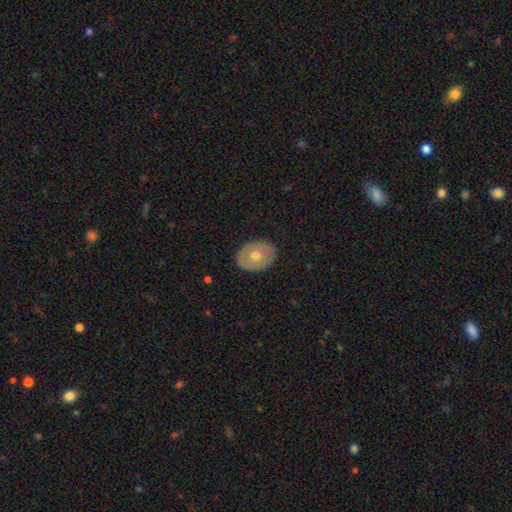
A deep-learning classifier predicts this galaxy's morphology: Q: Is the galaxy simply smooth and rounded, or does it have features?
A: smooth — 58%.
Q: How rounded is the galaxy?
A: in between — 64%.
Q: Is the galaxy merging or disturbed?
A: none — 88%.